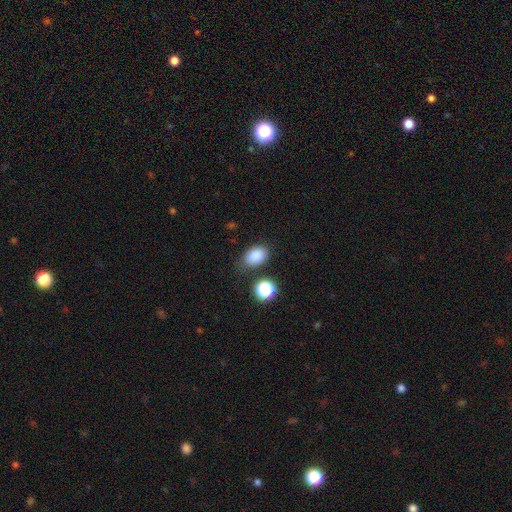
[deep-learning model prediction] Q: Smooth or featured?
A: smooth (84%); runner-up: star or artifact (10%)
Q: How rounded?
A: in between (82%); runner-up: round (17%)
Q: Merging?
A: none (74%); runner-up: minor disturbance (16%)